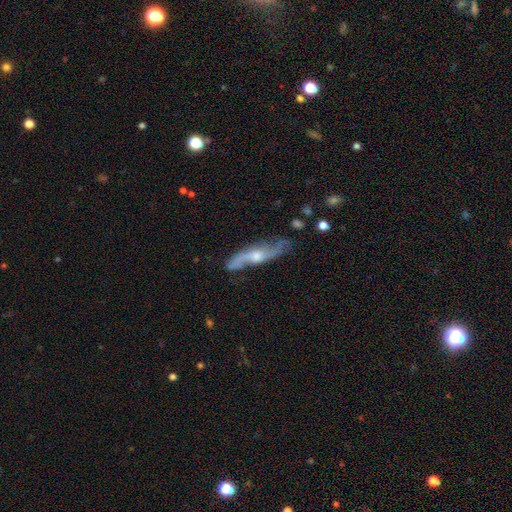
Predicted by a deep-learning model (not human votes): The model was most divided on "edge-on disk": no: 63%, yes: 37%. More confident: smooth or featured — featured or disk (79%); merging — none (77%).